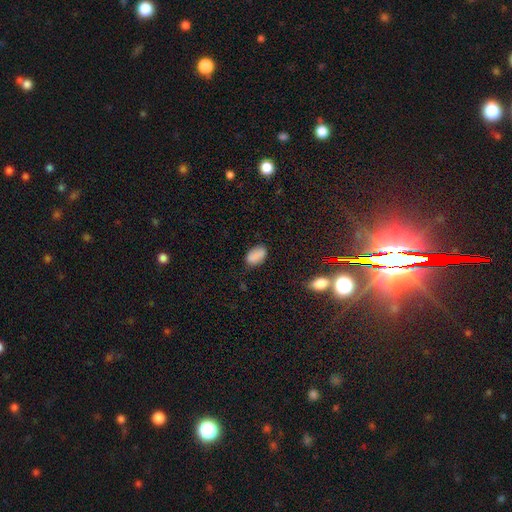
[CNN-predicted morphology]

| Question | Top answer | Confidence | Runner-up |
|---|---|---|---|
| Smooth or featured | smooth | 86% | star or artifact (10%) |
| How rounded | in between | 92% | round (6%) |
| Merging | none | 79% | minor disturbance (16%) |